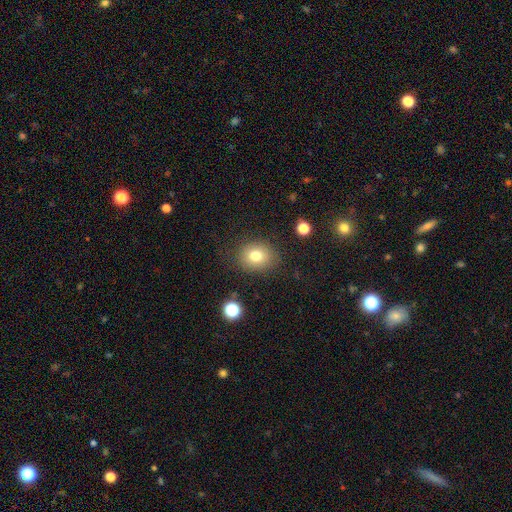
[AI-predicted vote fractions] Overall: smooth (77%). How rounded: round (62%; in between 37%). Merging: none (83%).